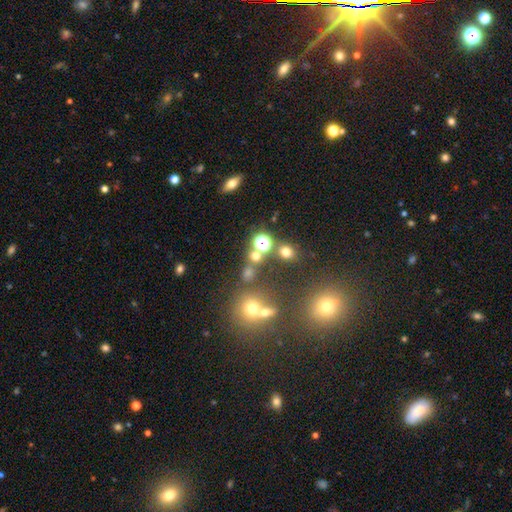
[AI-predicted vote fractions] A smooth galaxy with no disk features (51%) that is round (78%). Merging: none (62%).